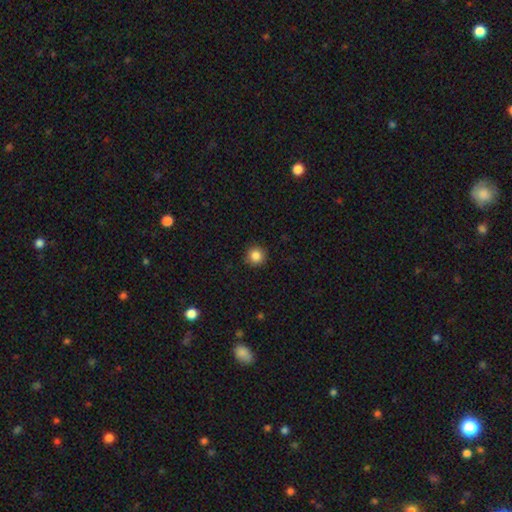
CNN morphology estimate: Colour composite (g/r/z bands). It shows a smooth galaxy with no disk features (86%) that is round (94%). Merging: none (91%).